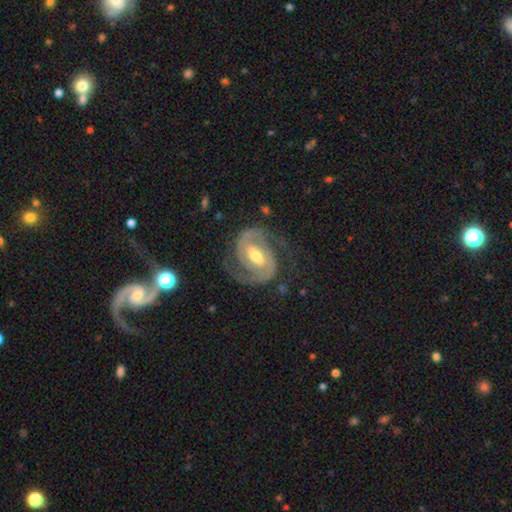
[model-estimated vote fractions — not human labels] Overall: featured or disk (92%). Edge-on disk: no (98%). Bar: weak (48%; strong 33%). Spiral arms: yes (98%). Spiral arm count: 2 (92%). Spiral winding: medium (47%; tight 43%). Bulge size: moderate (70%). Merging: none (76%).